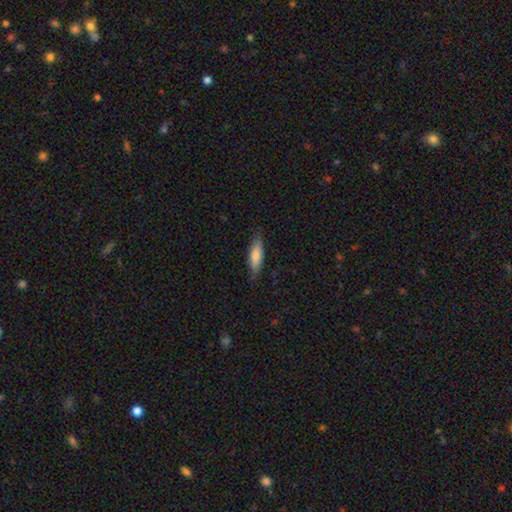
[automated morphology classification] A smooth galaxy with no disk features (80%) that is in between round and cigar-shaped (56%). Merging: none (80%).